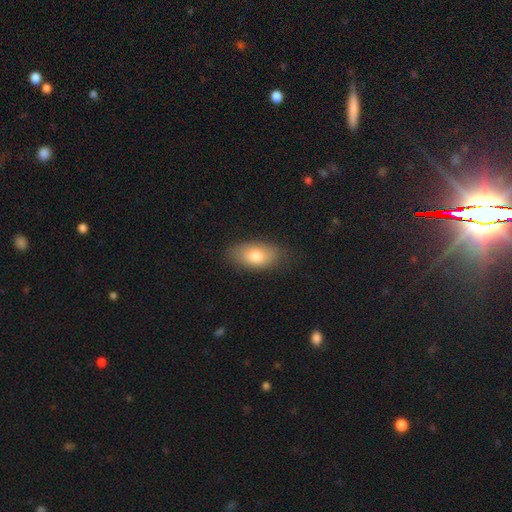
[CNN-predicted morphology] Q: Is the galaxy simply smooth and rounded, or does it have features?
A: smooth — 77%.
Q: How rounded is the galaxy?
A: in between — 90%.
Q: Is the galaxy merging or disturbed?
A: none — 79%.